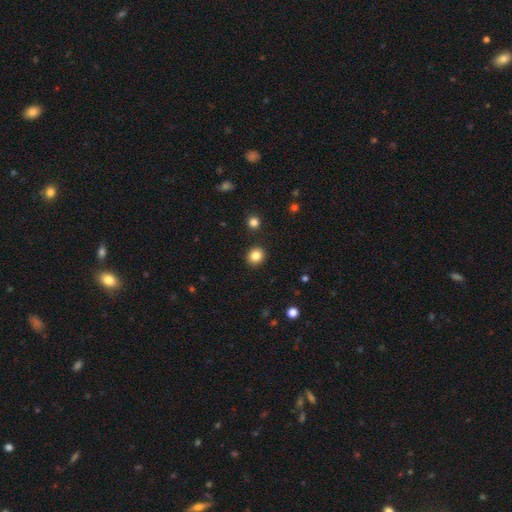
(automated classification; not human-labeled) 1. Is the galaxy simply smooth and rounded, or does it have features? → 84% smooth, 11% star or artifact, 5% featured or disk.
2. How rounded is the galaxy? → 83% round, 16% in between, 1% cigar-shaped.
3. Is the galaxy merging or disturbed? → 91% none, 5% minor disturbance, 2% merger, 2% major disturbance.